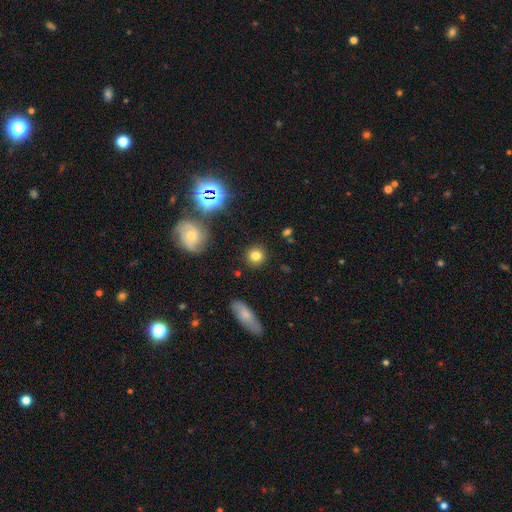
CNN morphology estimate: This is likely a smooth galaxy (79%). How rounded: clearly round (89%). Merging: clearly none (89%).